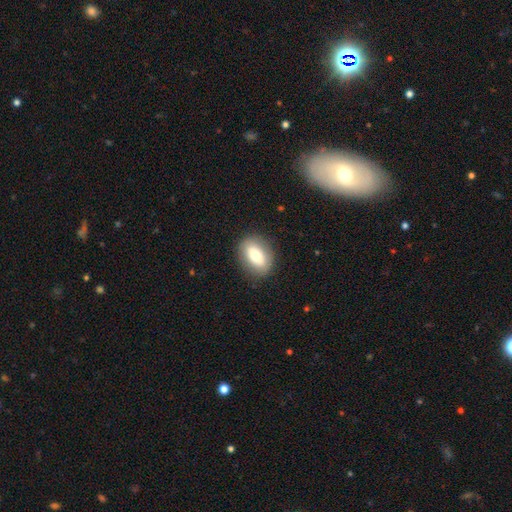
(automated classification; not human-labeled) Morphology: type=smooth (73%); roundness=in between (81%); merging=none (86%).